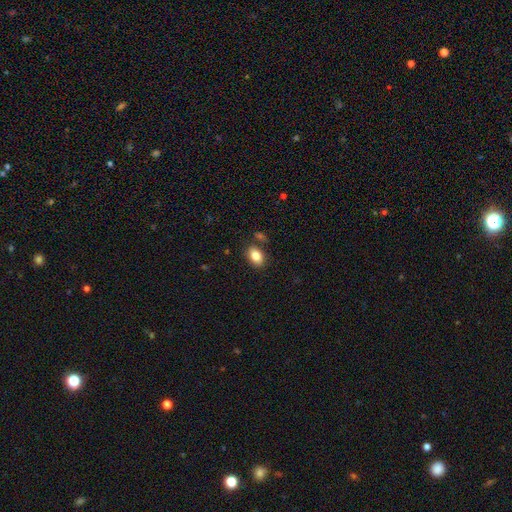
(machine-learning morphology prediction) Smooth or featured: smooth — 85% (star or artifact — 8%)
How rounded: in between — 85% (round — 14%)
Merging: none — 78% (minor disturbance — 12%)